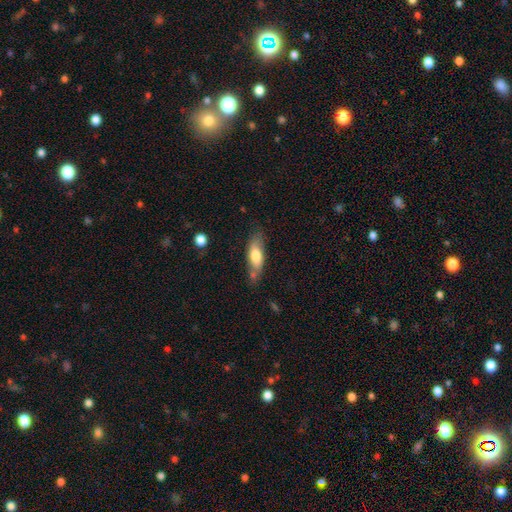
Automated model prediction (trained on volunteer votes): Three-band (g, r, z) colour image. It shows a smooth galaxy with no disk features (68%) that is in between round and cigar-shaped (60%). Merging: none (64%).